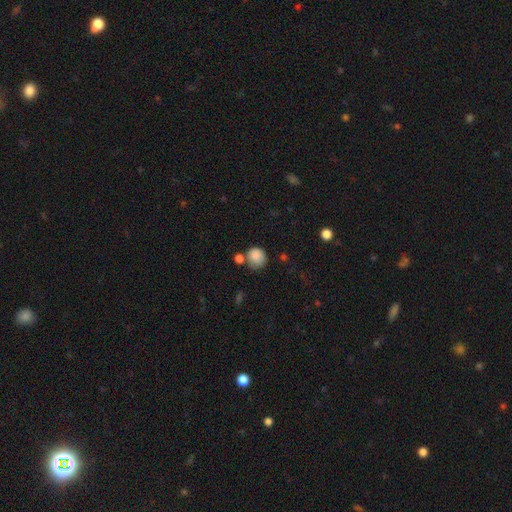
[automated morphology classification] Smooth or featured?
  - smooth: 86% *
  - star or artifact: 9%
  - featured or disk: 6%
How rounded?
  - round: 84% *
  - in between: 15%
  - cigar-shaped: 1%
Merging?
  - none: 59% *
  - minor disturbance: 20%
  - merger: 14%
  - major disturbance: 7%